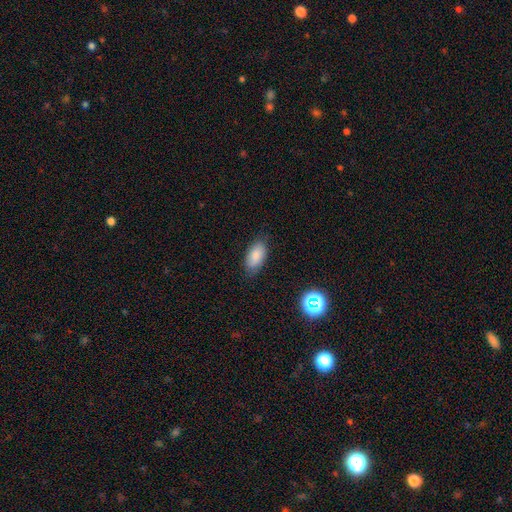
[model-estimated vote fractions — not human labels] smooth_or_featured: smooth (p=0.84) [alt: featured or disk p=0.08]
how_rounded: in between (p=0.93) [alt: cigar-shaped p=0.04]
merging: none (p=0.80) [alt: minor disturbance p=0.16]